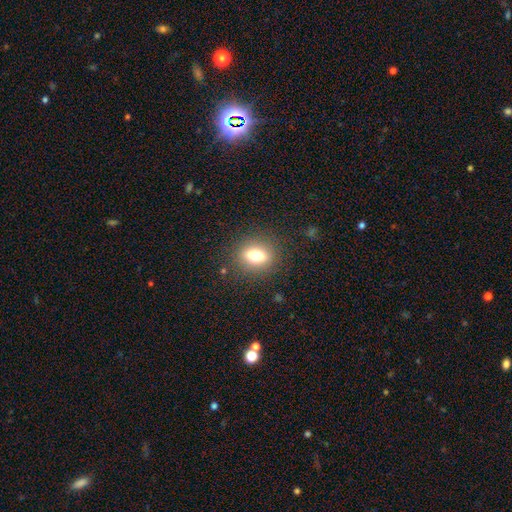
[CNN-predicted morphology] A smooth galaxy with no disk features (77%) that is in between round and cigar-shaped (63%).

Vote fractions:
- Smooth or featured? smooth: 77% / featured or disk: 13% / star or artifact: 10%
- How rounded? in between: 63% / round: 34% / cigar-shaped: 3%
- Merging? none: 85% / minor disturbance: 10% / major disturbance: 4% / merger: 1%